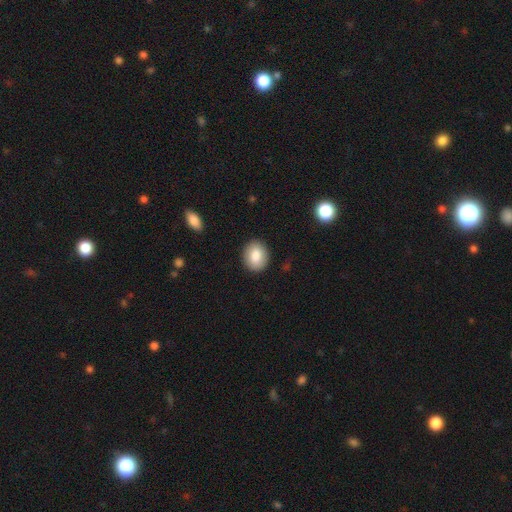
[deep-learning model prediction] smooth-or-featured: smooth: 85% | featured or disk: 8% | star or artifact: 7%
  how-rounded: round: 51% | in between: 48% | cigar-shaped: 1%
  merging: none: 89% | minor disturbance: 8% | major disturbance: 2% | merger: 1%